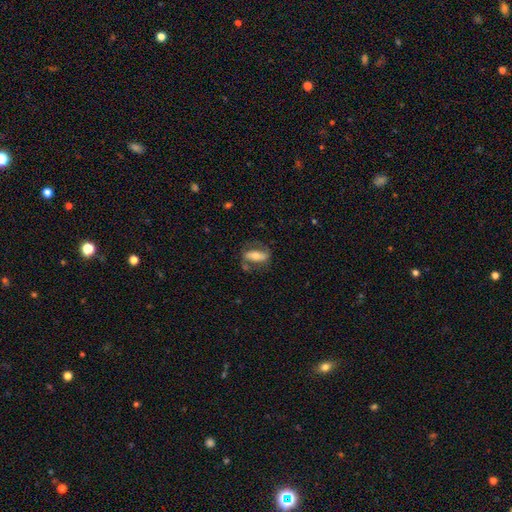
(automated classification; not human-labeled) Overall: featured or disk (55%; smooth 38%). Edge-on disk: no (80%). Merging: none (62%).